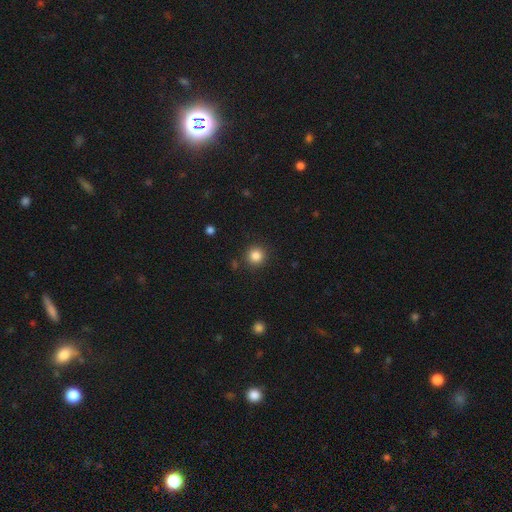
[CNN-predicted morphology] This is clearly a smooth galaxy (85%). How rounded: clearly round (94%). Merging: clearly none (89%).